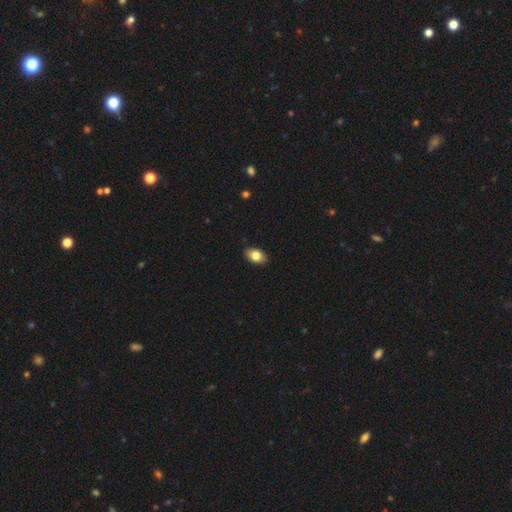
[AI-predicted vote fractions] This is clearly a smooth galaxy (81%). How rounded: clearly in between (88%). Merging: clearly none (89%).